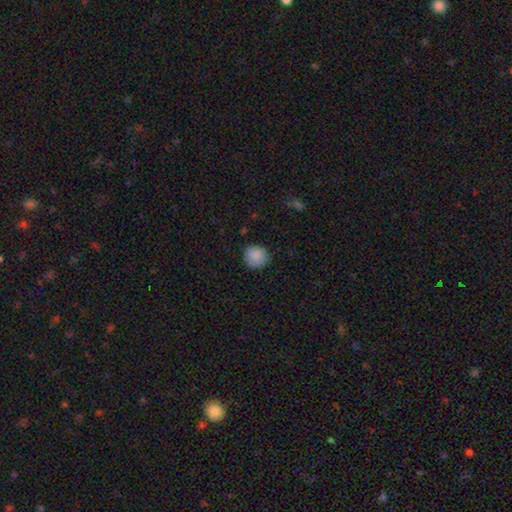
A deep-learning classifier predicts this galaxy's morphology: This is clearly a smooth galaxy (87%). How rounded: clearly round (90%). Merging: clearly none (84%).